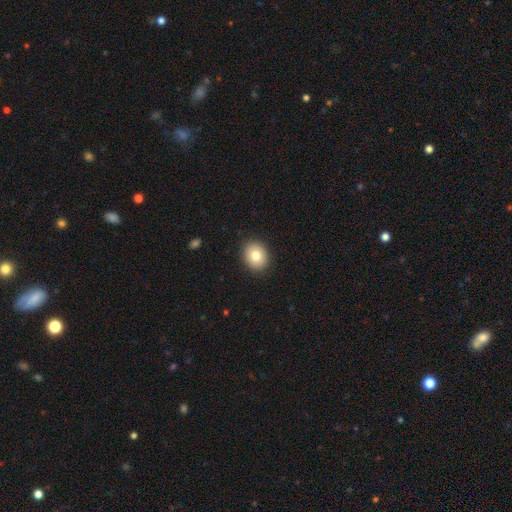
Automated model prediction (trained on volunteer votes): smooth_or_featured: smooth (p=0.80) [alt: featured or disk p=0.11]
how_rounded: round (p=0.64) [alt: in between p=0.35]
merging: none (p=0.90) [alt: minor disturbance p=0.07]